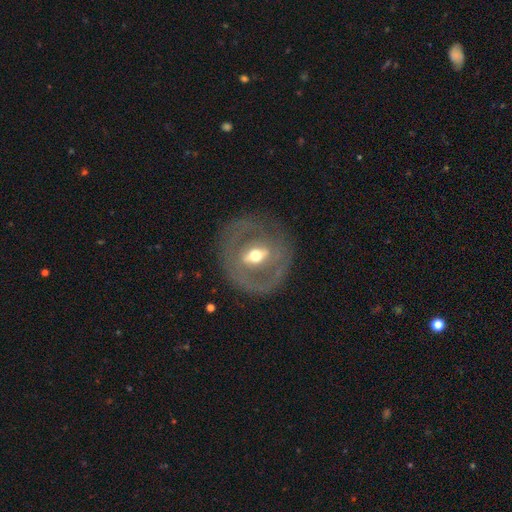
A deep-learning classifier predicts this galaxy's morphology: Smooth or featured?
  - featured or disk: 73% *
  - smooth: 21%
  - star or artifact: 6%
Edge-on disk?
  - no: 89% *
  - yes: 11%
Bar?
  - strong: 48% *
  - weak: 33%
  - no: 19%
Spiral arms?
  - no: 65% *
  - yes: 35%
Bulge size?
  - moderate: 70% *
  - small: 17%
  - large: 10%
  - dominant: 1%
  - none: 1%
Merging?
  - none: 78% *
  - minor disturbance: 12%
  - major disturbance: 8%
  - merger: 1%